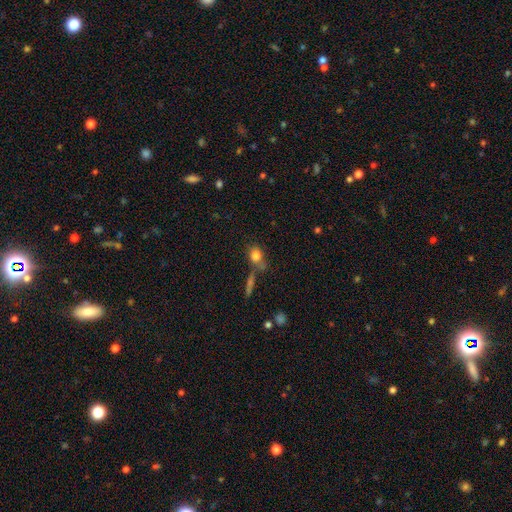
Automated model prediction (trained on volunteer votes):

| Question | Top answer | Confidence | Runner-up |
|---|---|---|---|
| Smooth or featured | smooth | 80% | star or artifact (10%) |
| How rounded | round | 51% | in between (45%) |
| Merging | none | 55% | merger (24%) |